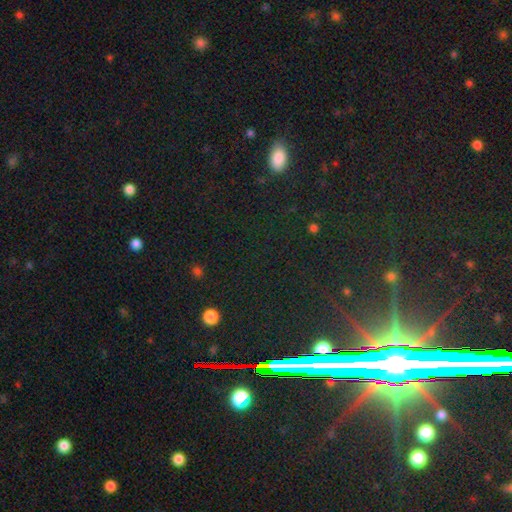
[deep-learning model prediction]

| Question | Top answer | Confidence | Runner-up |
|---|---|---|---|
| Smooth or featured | star or artifact | 76% | smooth (13%) |